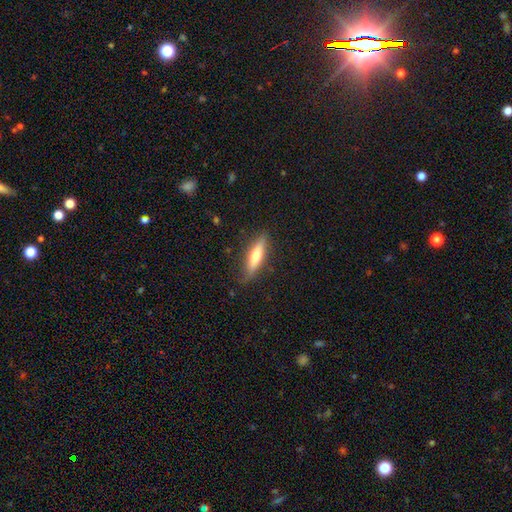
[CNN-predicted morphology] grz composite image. It shows a smooth galaxy with no disk features (62%) that is cigar-shaped (73%). Merging: none (81%).